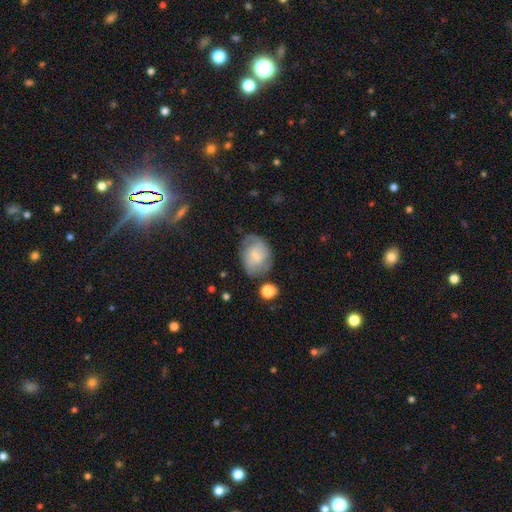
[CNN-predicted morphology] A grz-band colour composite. It shows a smooth galaxy with no disk features (51%) that is in between round and cigar-shaped (55%). Merging: none (55%).